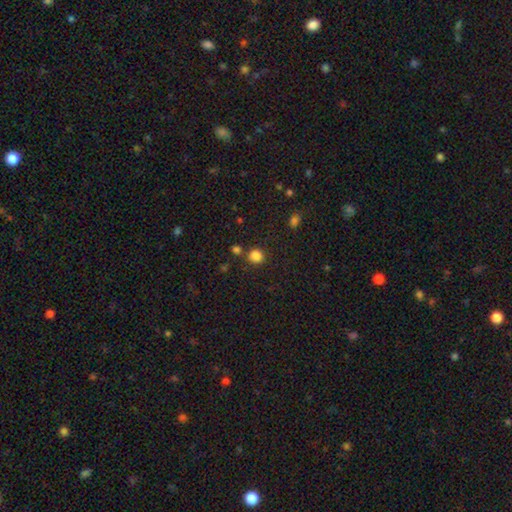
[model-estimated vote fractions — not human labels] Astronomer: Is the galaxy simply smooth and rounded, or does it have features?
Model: smooth — 84%.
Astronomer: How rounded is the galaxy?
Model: round — 80%.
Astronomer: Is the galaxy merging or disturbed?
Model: none — 76%.